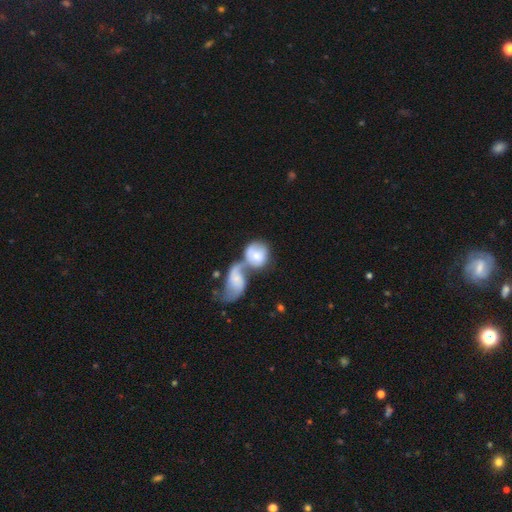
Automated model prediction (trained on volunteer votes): smooth_or_featured: smooth (p=0.61) [alt: featured or disk p=0.33]
how_rounded: round (p=0.63) [alt: in between p=0.35]
merging: merger (p=0.72) [alt: none p=0.13]